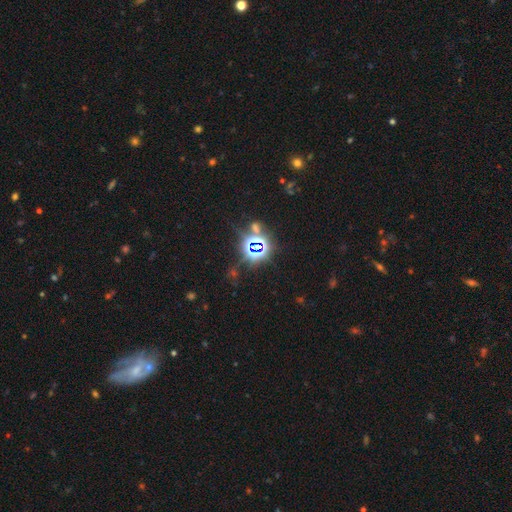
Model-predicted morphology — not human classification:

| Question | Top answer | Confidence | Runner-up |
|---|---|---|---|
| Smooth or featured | star or artifact | 80% | smooth (12%) |